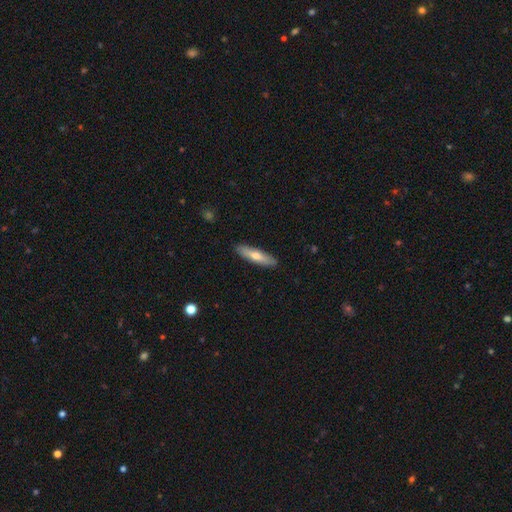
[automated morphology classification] Smooth or featured?
  - smooth: 58% *
  - featured or disk: 36%
  - star or artifact: 6%
How rounded?
  - cigar-shaped: 78% *
  - in between: 20%
  - round: 2%
Merging?
  - none: 90% *
  - minor disturbance: 7%
  - major disturbance: 1%
  - merger: 1%